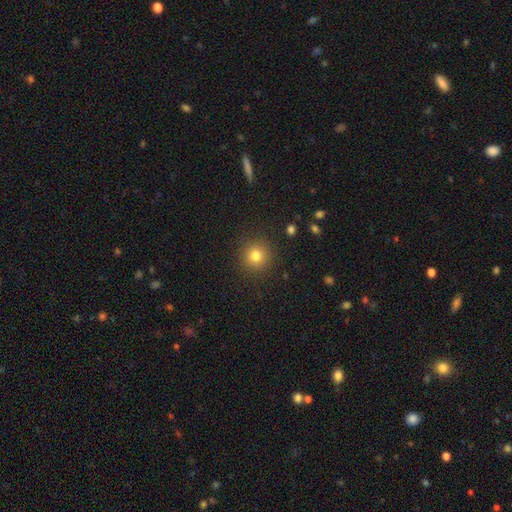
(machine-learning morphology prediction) A smooth galaxy with no disk features (80%) that is round (93%).

Vote fractions:
- Smooth or featured? smooth: 80% / star or artifact: 13% / featured or disk: 7%
- How rounded? round: 93% / in between: 6% / cigar-shaped: 1%
- Merging? none: 90% / minor disturbance: 6% / major disturbance: 3% / merger: 1%